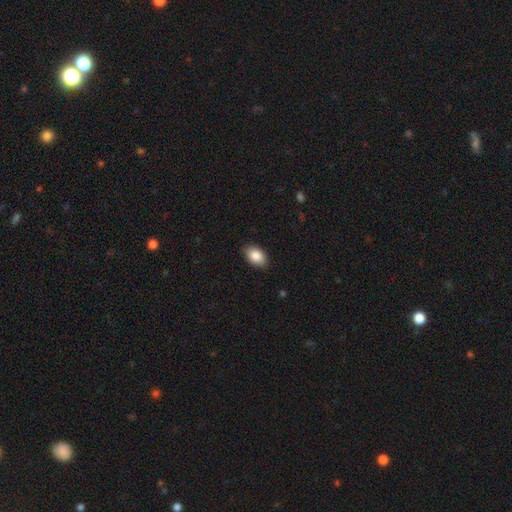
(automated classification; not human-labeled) Q: Smooth or featured?
A: smooth (87%); runner-up: star or artifact (7%)
Q: How rounded?
A: in between (88%); runner-up: round (11%)
Q: Merging?
A: none (87%); runner-up: minor disturbance (10%)